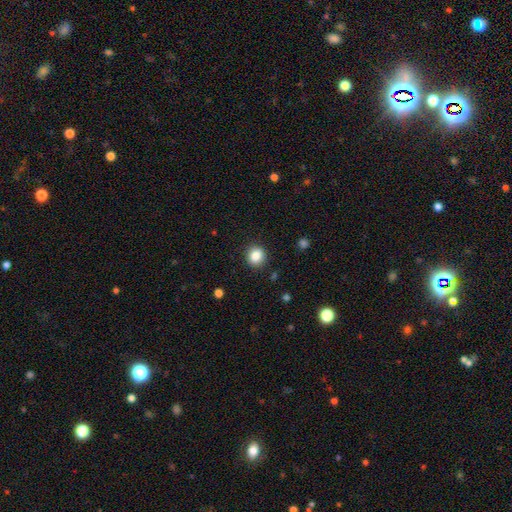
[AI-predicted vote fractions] Smooth or featured?
  - smooth: 86% *
  - star or artifact: 10%
  - featured or disk: 4%
How rounded?
  - round: 78% *
  - in between: 21%
  - cigar-shaped: 1%
Merging?
  - none: 89% *
  - minor disturbance: 7%
  - major disturbance: 2%
  - merger: 1%